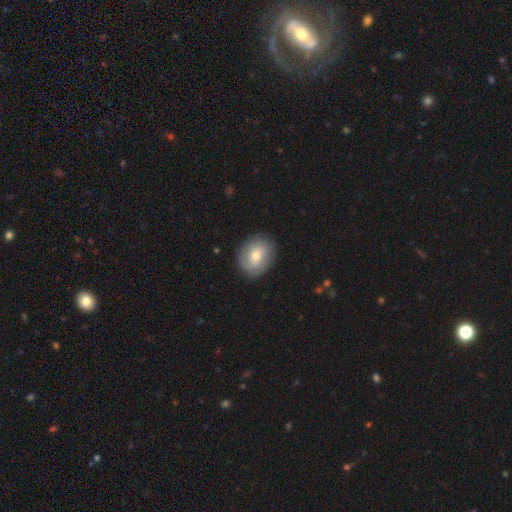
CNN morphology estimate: This appears to be a smooth galaxy with no disk features (64%) that is round (58%). Merging: none (85%).